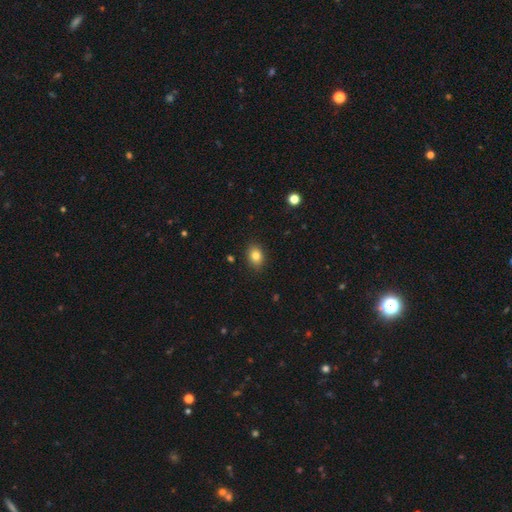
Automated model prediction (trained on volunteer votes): smooth_or_featured: smooth (p=0.83) [alt: star or artifact p=0.10]
how_rounded: in between (p=0.60) [alt: round p=0.39]
merging: none (p=0.88) [alt: minor disturbance p=0.09]